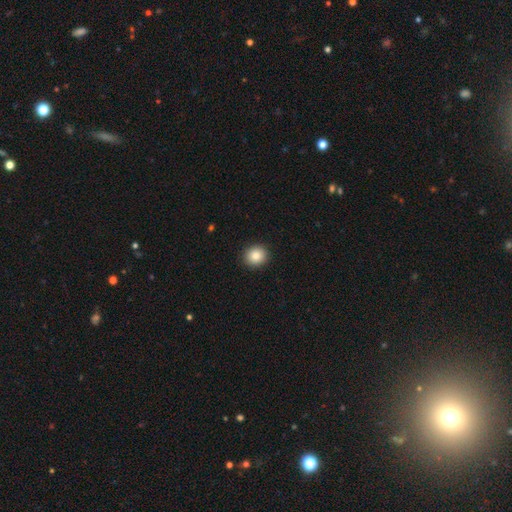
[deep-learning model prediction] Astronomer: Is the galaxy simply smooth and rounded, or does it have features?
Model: smooth — 84%.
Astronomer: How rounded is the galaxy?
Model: round — 83%.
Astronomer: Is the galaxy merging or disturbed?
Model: none — 92%.